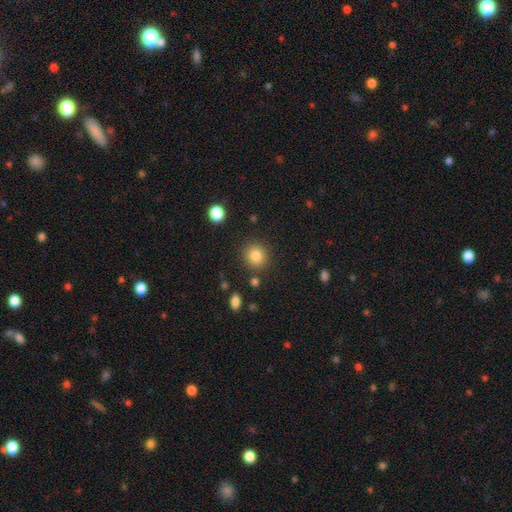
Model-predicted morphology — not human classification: This is clearly a smooth galaxy (84%). How rounded: clearly round (85%). Merging: clearly none (86%).